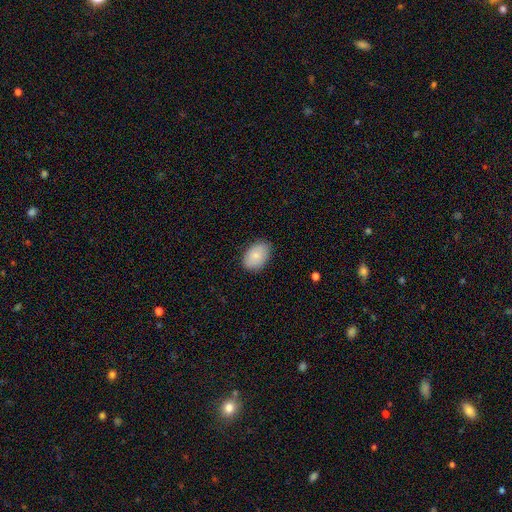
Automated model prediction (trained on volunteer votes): Q: Smooth or featured?
A: smooth (84%); runner-up: featured or disk (10%)
Q: How rounded?
A: in between (85%); runner-up: round (14%)
Q: Merging?
A: none (82%); runner-up: minor disturbance (14%)